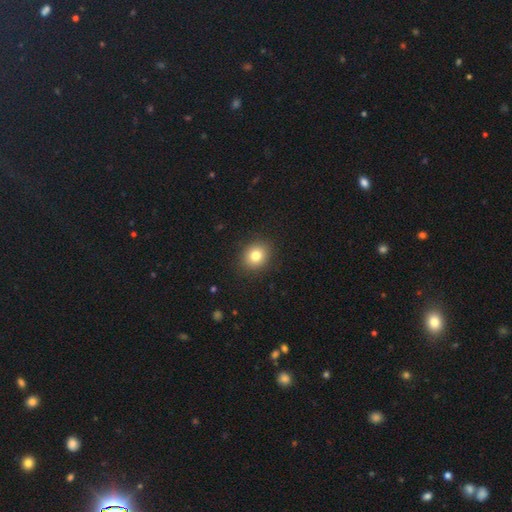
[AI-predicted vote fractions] This is clearly a smooth galaxy (80%). How rounded: likely round (71%). Merging: clearly none (90%).